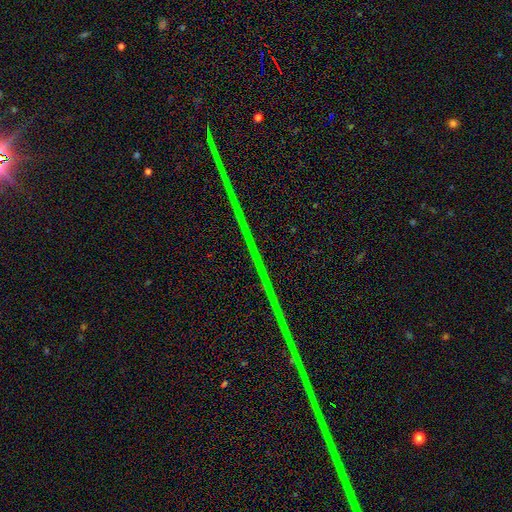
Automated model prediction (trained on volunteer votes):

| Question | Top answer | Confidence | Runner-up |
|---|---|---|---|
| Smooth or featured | star or artifact | 89% | featured or disk (6%) |